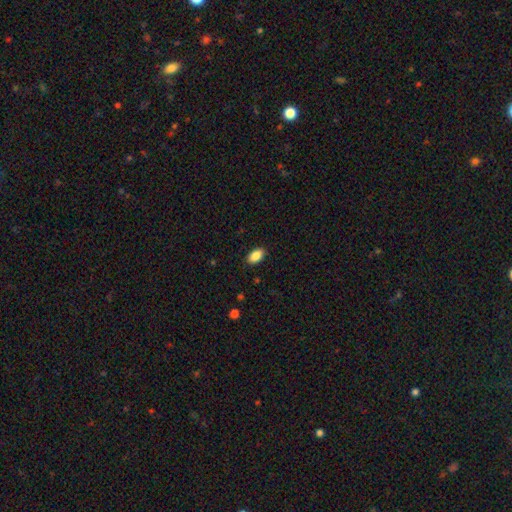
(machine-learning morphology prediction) type=smooth (88%); roundness=in between (92%); merging=none (89%).